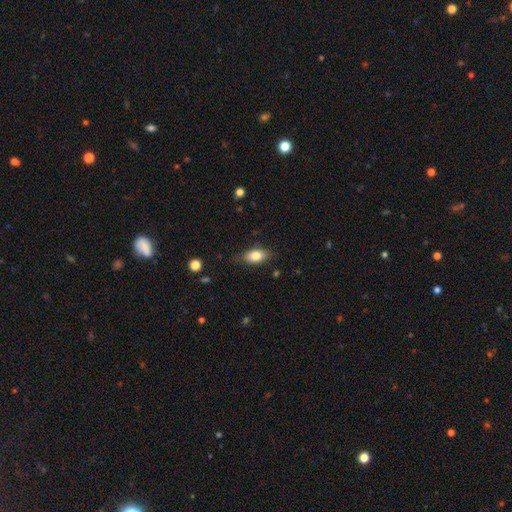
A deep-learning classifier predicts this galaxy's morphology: A smooth galaxy with no disk features (80%) that is in between round and cigar-shaped (86%).

Vote fractions:
- Smooth or featured? smooth: 80% / featured or disk: 13% / star or artifact: 8%
- How rounded? in between: 86% / round: 8% / cigar-shaped: 6%
- Merging? none: 77% / minor disturbance: 18% / major disturbance: 4% / merger: 1%